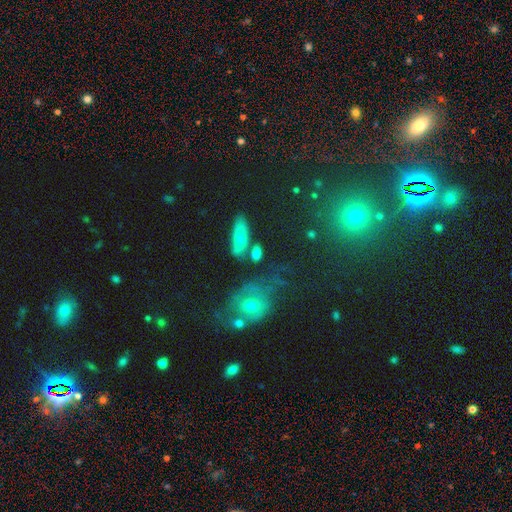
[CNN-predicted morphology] Smooth or featured? smooth (68%)
How rounded? in between (64%)
Merging? none (58%)